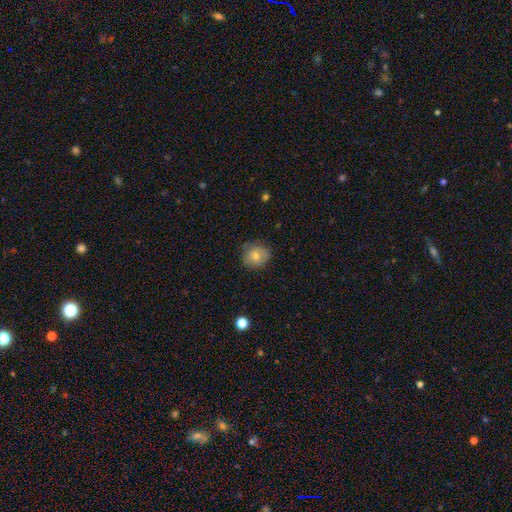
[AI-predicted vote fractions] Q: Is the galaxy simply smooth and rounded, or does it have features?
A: smooth — 66%.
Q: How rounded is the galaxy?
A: round — 77%.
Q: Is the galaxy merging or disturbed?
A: none — 73%.